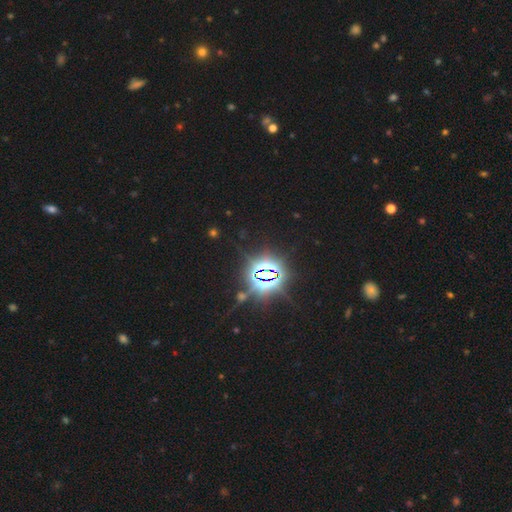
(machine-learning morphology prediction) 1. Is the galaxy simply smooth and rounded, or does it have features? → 87% star or artifact, 8% smooth, 5% featured or disk.